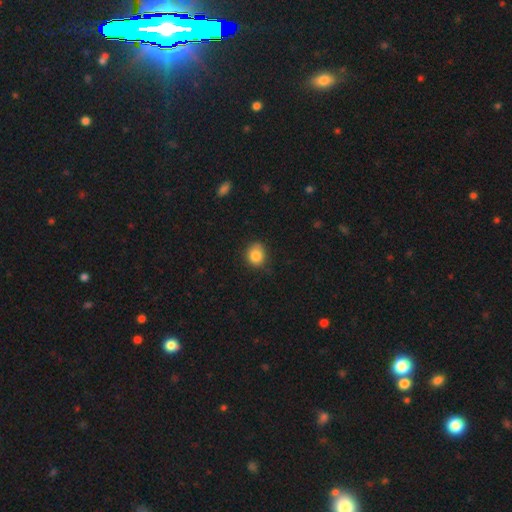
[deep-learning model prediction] A smooth galaxy with no disk features (84%) that is round (74%).

Vote fractions:
- Smooth or featured? smooth: 84% / star or artifact: 10% / featured or disk: 6%
- How rounded? round: 74% / in between: 25% / cigar-shaped: 1%
- Merging? none: 73% / minor disturbance: 22% / major disturbance: 4% / merger: 1%